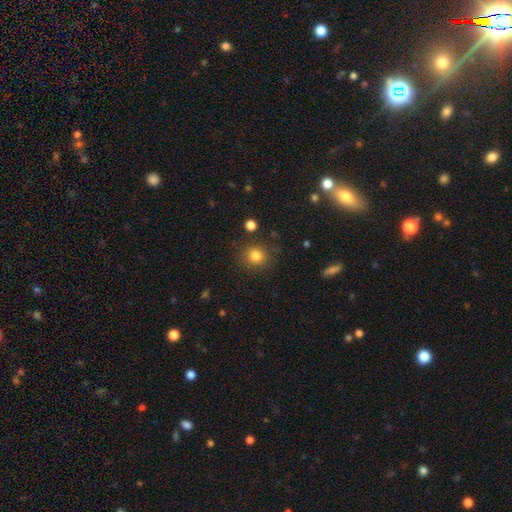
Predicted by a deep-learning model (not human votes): Overall: smooth (82%). How rounded: round (89%). Merging: none (86%).